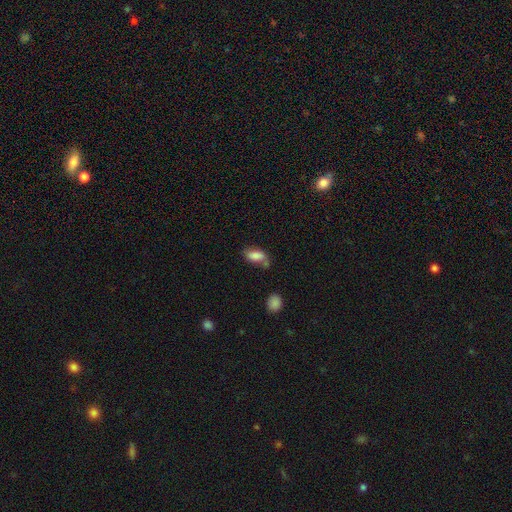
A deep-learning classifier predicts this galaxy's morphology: Overall: smooth (80%). How rounded: in between (90%). Merging: none (49%; minor disturbance 26%).